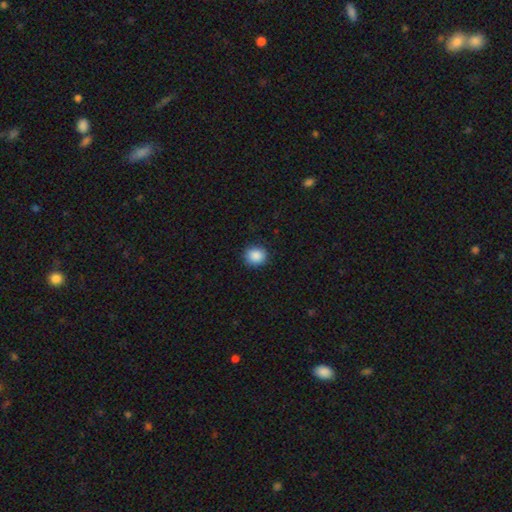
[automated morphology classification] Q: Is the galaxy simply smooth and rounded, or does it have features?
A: smooth — 88%.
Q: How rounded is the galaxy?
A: round — 82%.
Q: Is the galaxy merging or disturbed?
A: none — 89%.